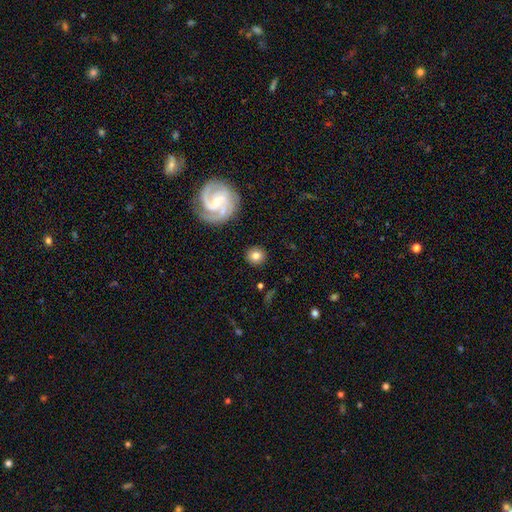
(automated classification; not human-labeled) Q: Smooth or featured?
A: smooth (71%); runner-up: featured or disk (20%)
Q: How rounded?
A: round (89%); runner-up: in between (10%)
Q: Merging?
A: none (88%); runner-up: minor disturbance (7%)